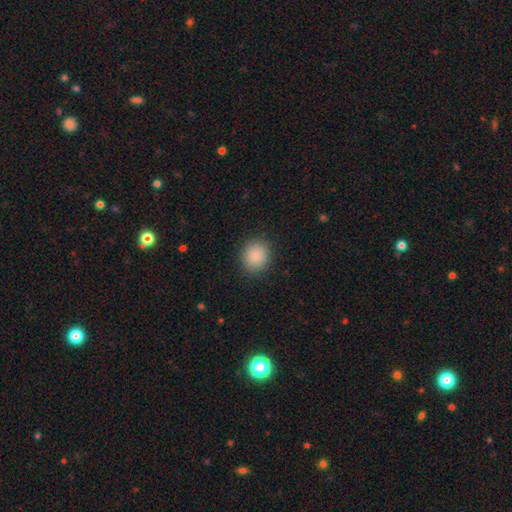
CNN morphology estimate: A smooth galaxy with no disk features (88%) that is round (79%).

Vote fractions:
- Smooth or featured? smooth: 88% / star or artifact: 8% / featured or disk: 3%
- How rounded? round: 79% / in between: 20% / cigar-shaped: 1%
- Merging? none: 89% / minor disturbance: 7% / major disturbance: 3% / merger: 1%